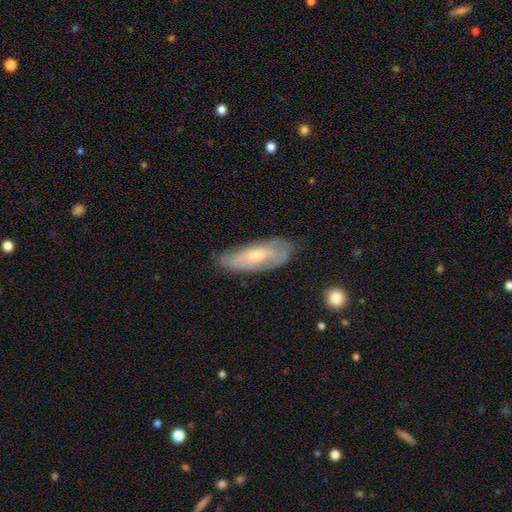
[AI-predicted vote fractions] A featured or disk galaxy (56%).

Vote fractions:
- Smooth or featured? featured or disk: 56% / smooth: 38% / star or artifact: 6%
- Edge-on disk? no: 80% / yes: 20%
- Merging? none: 65% / minor disturbance: 26% / major disturbance: 7% / merger: 2%